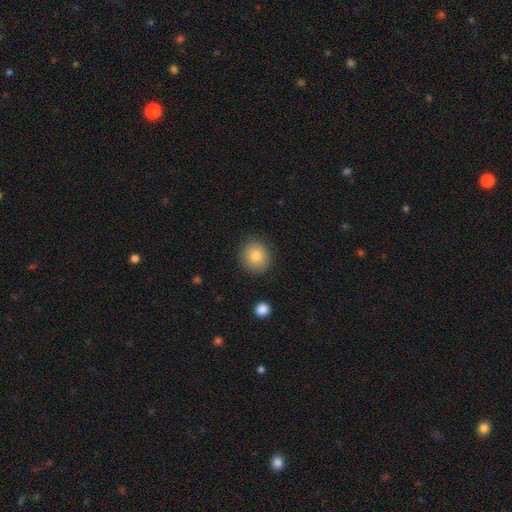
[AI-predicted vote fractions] Smooth or featured?
  - smooth: 84% *
  - star or artifact: 8%
  - featured or disk: 8%
How rounded?
  - round: 82% *
  - in between: 17%
  - cigar-shaped: 1%
Merging?
  - none: 86% *
  - minor disturbance: 10%
  - major disturbance: 3%
  - merger: 1%